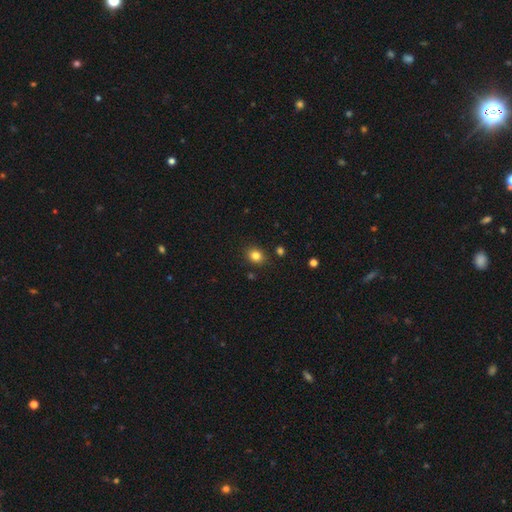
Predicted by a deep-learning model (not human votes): The model was most divided on "how rounded": round: 61%, in between: 39%, cigar-shaped: 1%. More confident: merging — none (86%); smooth or featured — smooth (82%).